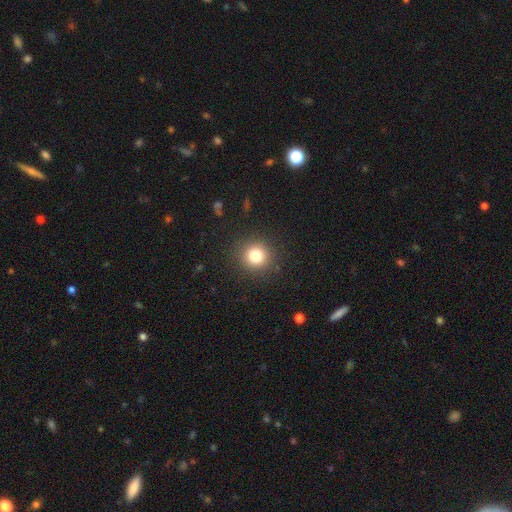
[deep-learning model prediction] A smooth galaxy with no disk features (81%) that is round (91%).

Vote fractions:
- Smooth or featured? smooth: 81% / star or artifact: 12% / featured or disk: 7%
- How rounded? round: 91% / in between: 8% / cigar-shaped: 1%
- Merging? none: 89% / minor disturbance: 7% / major disturbance: 3% / merger: 1%